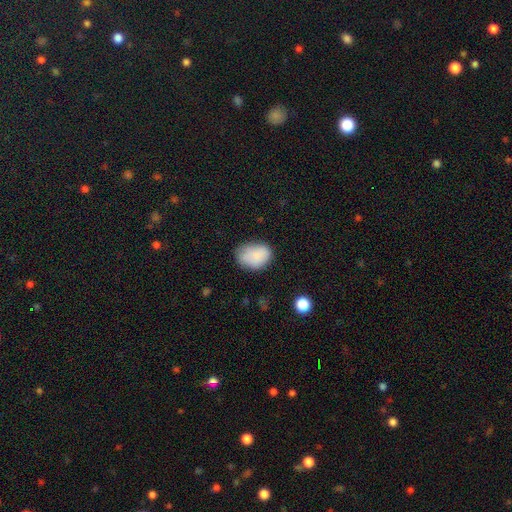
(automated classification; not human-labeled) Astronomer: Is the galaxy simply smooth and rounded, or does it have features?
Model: smooth — 85%.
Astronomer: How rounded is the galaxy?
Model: in between — 75%.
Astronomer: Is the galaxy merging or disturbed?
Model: none — 63%.